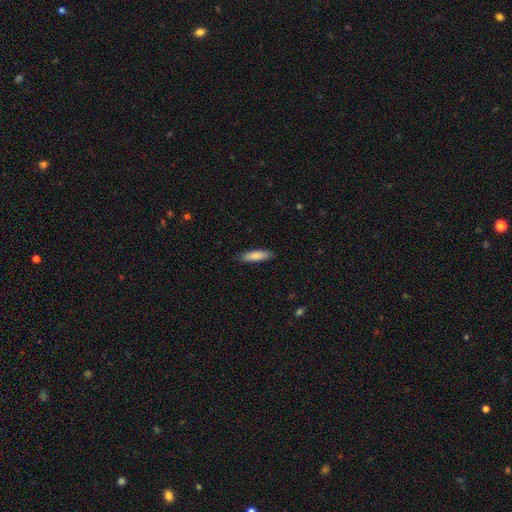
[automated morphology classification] Overall: smooth (84%). How rounded: cigar-shaped (65%; in between 34%). Merging: none (87%).